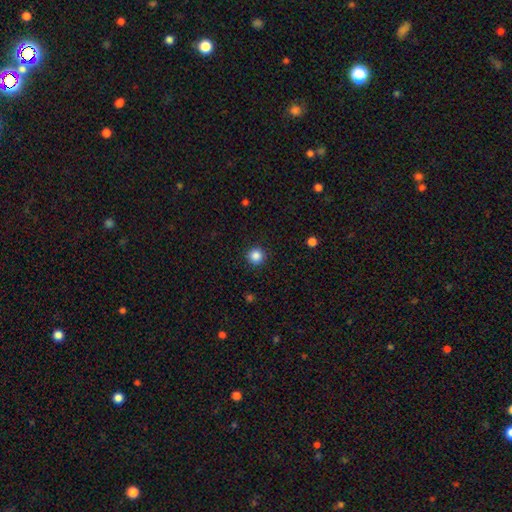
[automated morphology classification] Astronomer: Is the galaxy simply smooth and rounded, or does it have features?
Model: smooth — 86%.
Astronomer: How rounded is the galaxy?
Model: round — 96%.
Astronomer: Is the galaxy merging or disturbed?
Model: none — 92%.